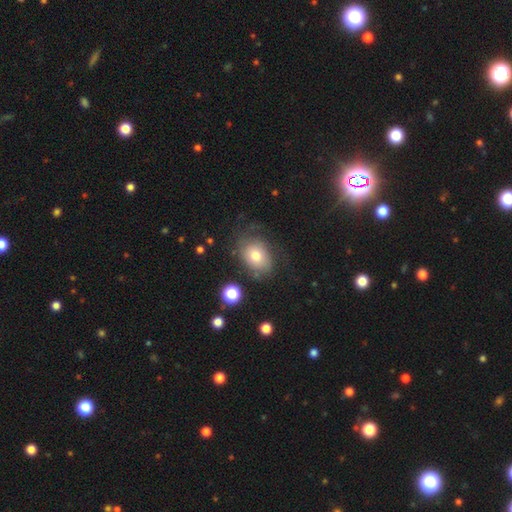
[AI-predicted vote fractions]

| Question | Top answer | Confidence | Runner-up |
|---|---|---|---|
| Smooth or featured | smooth | 57% | featured or disk (32%) |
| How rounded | in between | 67% | round (32%) |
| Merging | none | 58% | minor disturbance (23%) |